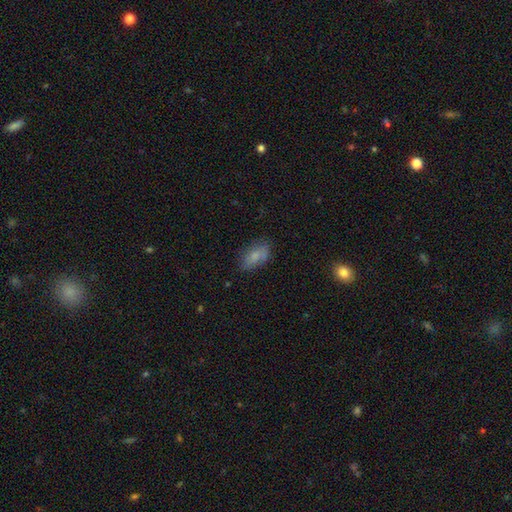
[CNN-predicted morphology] A smooth galaxy with no disk features (73%) that is in between round and cigar-shaped (89%). Merging: none (67%).